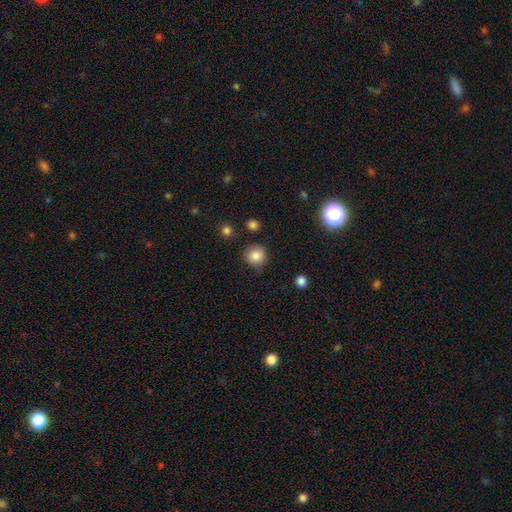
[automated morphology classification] The model was most divided on "merging": none: 83%, minor disturbance: 11%, major disturbance: 3%, merger: 3%. More confident: how rounded — round (93%); smooth or featured — smooth (85%).